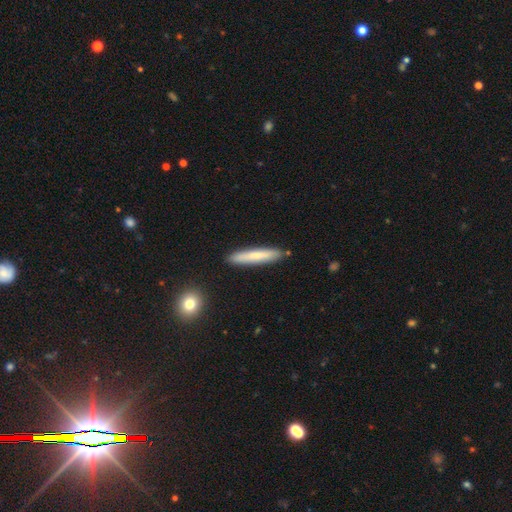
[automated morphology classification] Smooth or featured: smooth — 72% (featured or disk — 23%)
How rounded: cigar-shaped — 92% (in between — 7%)
Merging: none — 89% (minor disturbance — 8%)